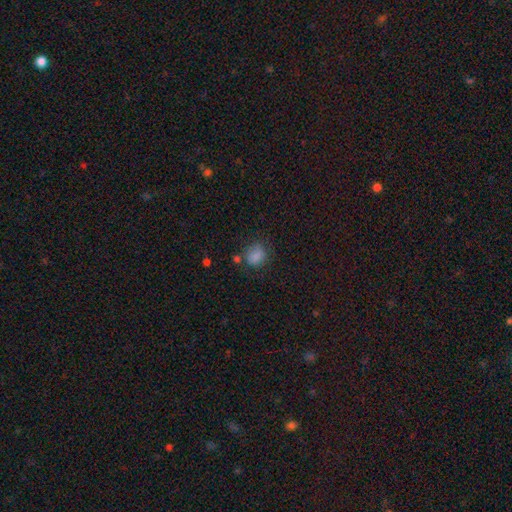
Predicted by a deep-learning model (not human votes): The model was most divided on "how rounded": round: 51%, in between: 48%, cigar-shaped: 1%. More confident: smooth or featured — smooth (81%); merging — none (63%).